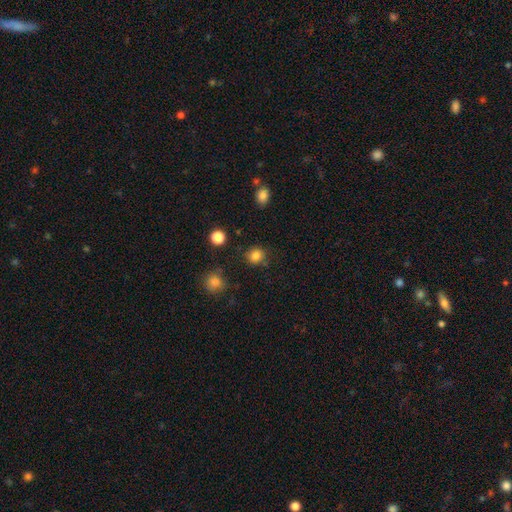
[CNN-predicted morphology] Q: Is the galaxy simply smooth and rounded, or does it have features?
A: smooth — 83%.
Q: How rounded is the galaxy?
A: round — 87%.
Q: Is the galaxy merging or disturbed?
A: none — 83%.